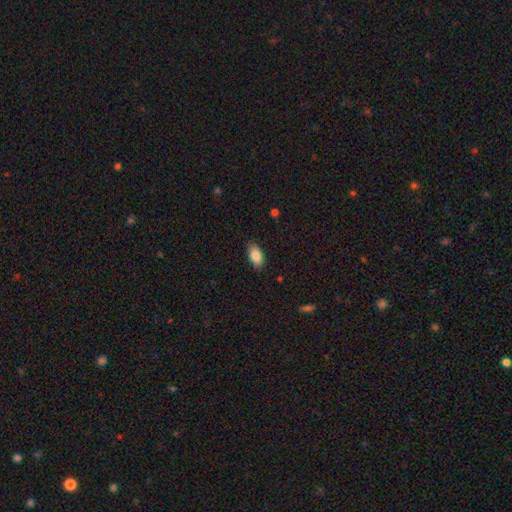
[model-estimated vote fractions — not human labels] Smooth or featured? Predicted: smooth (p=0.86). How rounded? Predicted: in between (p=0.92). Merging? Predicted: none (p=0.87).